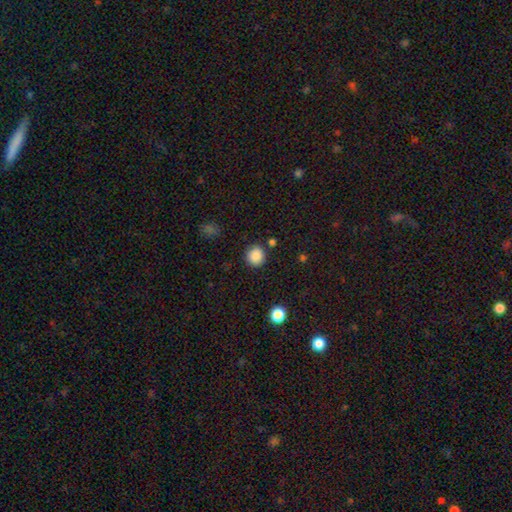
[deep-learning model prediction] Overall: smooth (87%). How rounded: round (89%). Merging: none (87%).